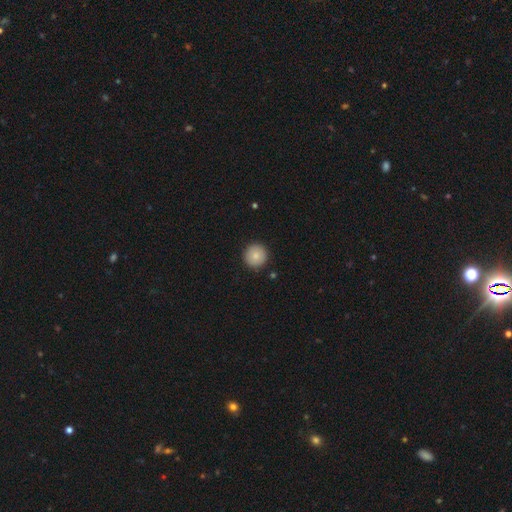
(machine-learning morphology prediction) smooth_or_featured: smooth (p=0.83) [alt: star or artifact p=0.09]
how_rounded: round (p=0.96) [alt: in between p=0.03]
merging: none (p=0.92) [alt: minor disturbance p=0.05]